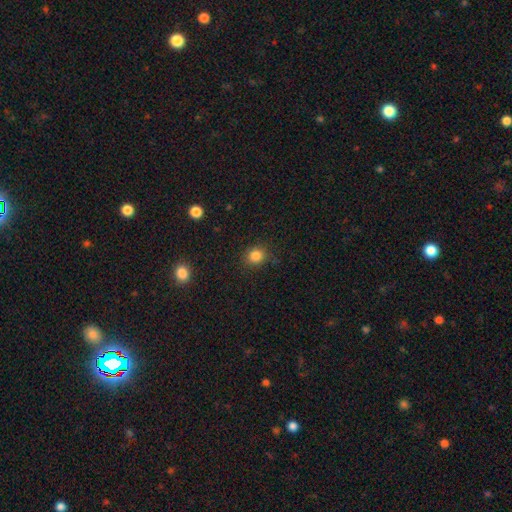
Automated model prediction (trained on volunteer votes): smooth_or_featured: smooth (p=0.84) [alt: star or artifact p=0.12]
how_rounded: round (p=0.81) [alt: in between p=0.18]
merging: none (p=0.86) [alt: minor disturbance p=0.10]